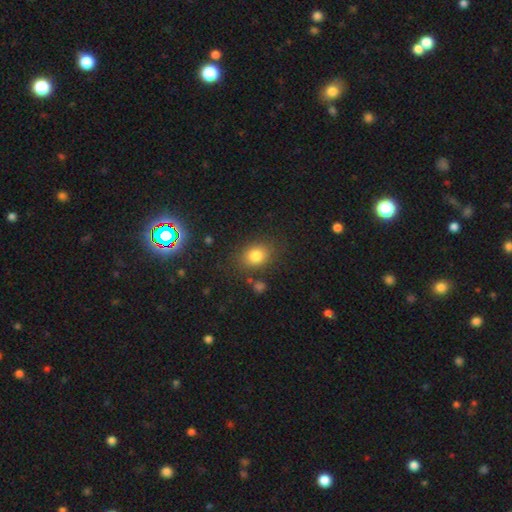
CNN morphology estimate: smooth-or-featured: smooth: 81% | star or artifact: 11% | featured or disk: 7%
  how-rounded: in between: 52% | round: 47% | cigar-shaped: 1%
  merging: none: 80% | minor disturbance: 12% | major disturbance: 4% | merger: 4%